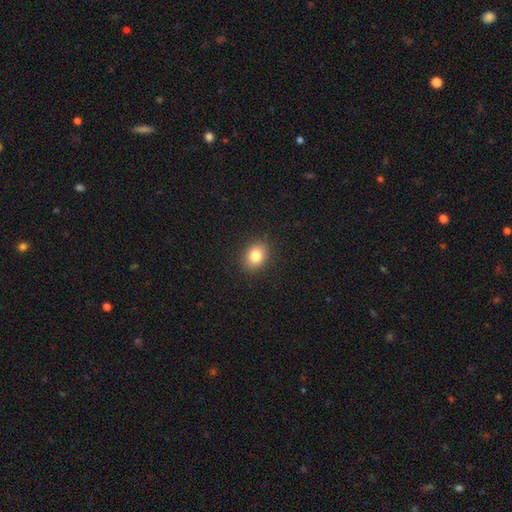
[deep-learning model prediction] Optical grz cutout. It shows a smooth galaxy with no disk features (82%) that is in between round and cigar-shaped (55%). Merging: none (89%).